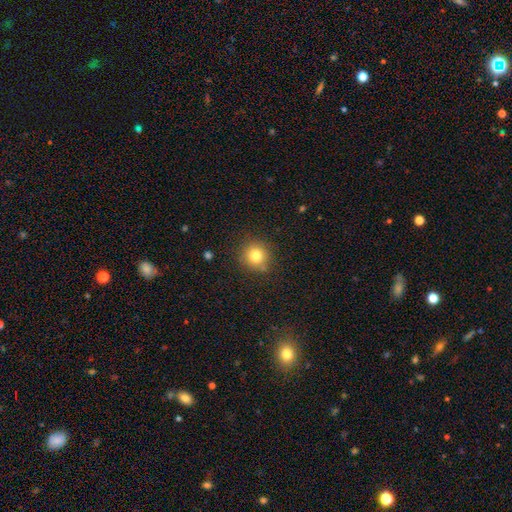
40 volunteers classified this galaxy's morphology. smooth 90%, star or artifact 8%, featured or disk 2%. Down the decision tree: how rounded — round (97%); merging — none (89%).